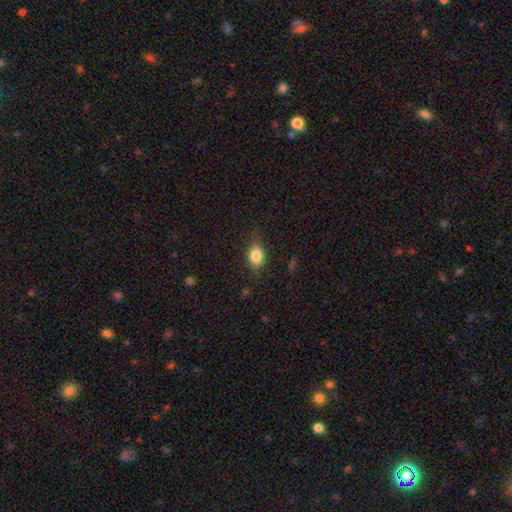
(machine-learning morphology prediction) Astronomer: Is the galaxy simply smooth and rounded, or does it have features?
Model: smooth — 81%.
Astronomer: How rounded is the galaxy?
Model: in between — 65%.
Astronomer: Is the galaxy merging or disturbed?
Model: none — 71%.